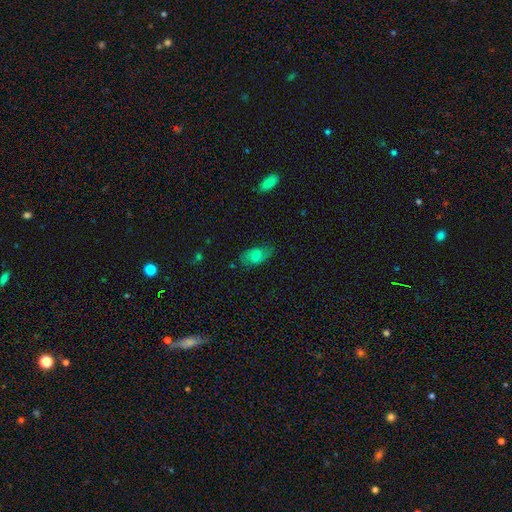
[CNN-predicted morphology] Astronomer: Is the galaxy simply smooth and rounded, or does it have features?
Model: smooth — 67%.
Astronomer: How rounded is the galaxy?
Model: in between — 90%.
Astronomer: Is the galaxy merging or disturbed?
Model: none — 70%.